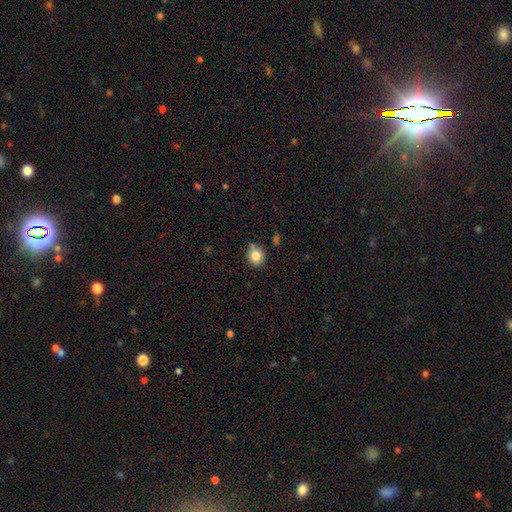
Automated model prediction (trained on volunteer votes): Smooth or featured?
  - smooth: 83% *
  - star or artifact: 10%
  - featured or disk: 7%
How rounded?
  - round: 84% *
  - in between: 15%
  - cigar-shaped: 1%
Merging?
  - none: 78% *
  - minor disturbance: 13%
  - merger: 6%
  - major disturbance: 3%